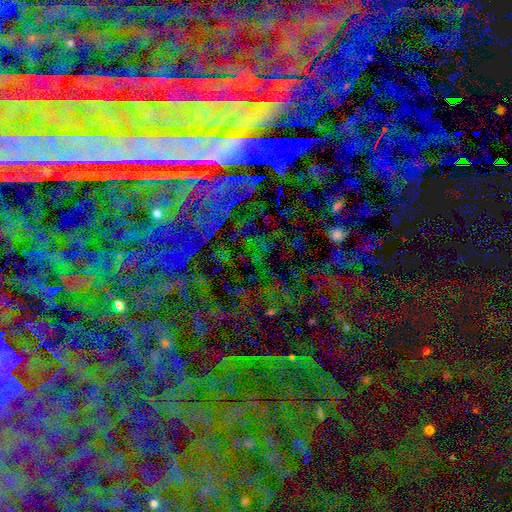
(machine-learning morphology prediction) smooth_or_featured: star or artifact (p=0.75) [alt: smooth p=0.13]